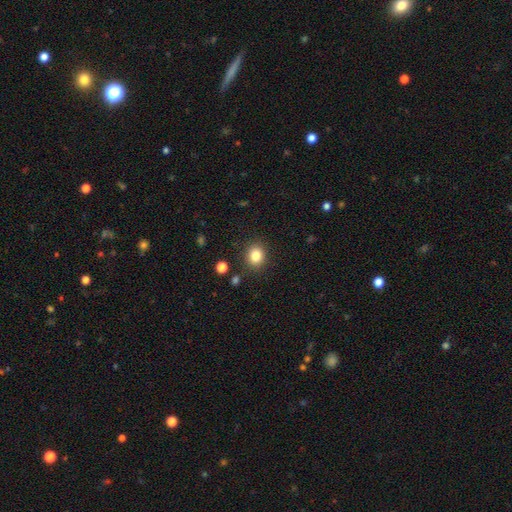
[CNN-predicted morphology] smooth_or_featured: smooth (p=0.84) [alt: star or artifact p=0.11]
how_rounded: round (p=0.69) [alt: in between p=0.30]
merging: none (p=0.87) [alt: minor disturbance p=0.08]